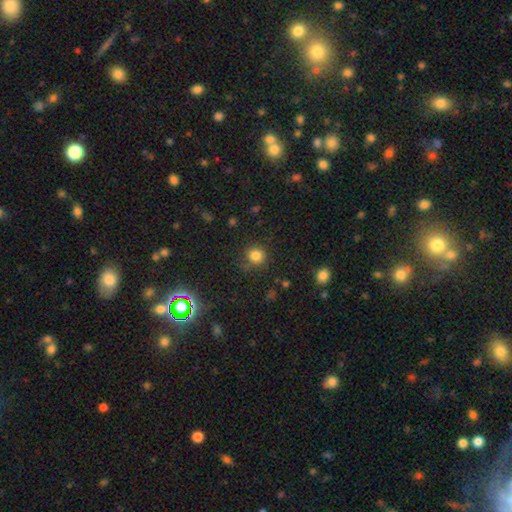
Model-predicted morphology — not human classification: Smooth or featured?
  - smooth: 81% *
  - star or artifact: 14%
  - featured or disk: 5%
How rounded?
  - round: 90% *
  - in between: 9%
  - cigar-shaped: 1%
Merging?
  - none: 80% *
  - minor disturbance: 12%
  - major disturbance: 5%
  - merger: 3%